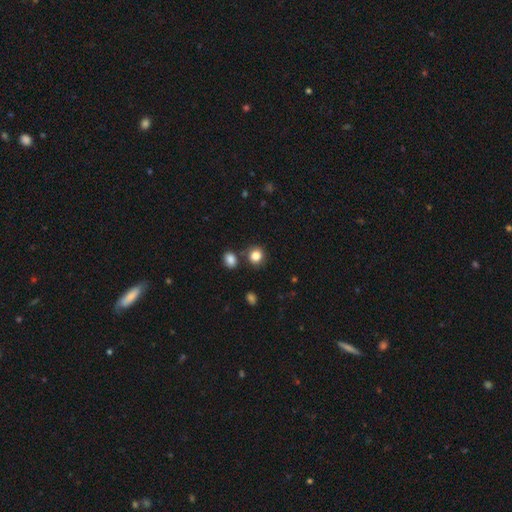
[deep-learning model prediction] Smooth or featured: smooth — 84% (star or artifact — 11%)
How rounded: round — 81% (in between — 18%)
Merging: none — 78% (merger — 10%)